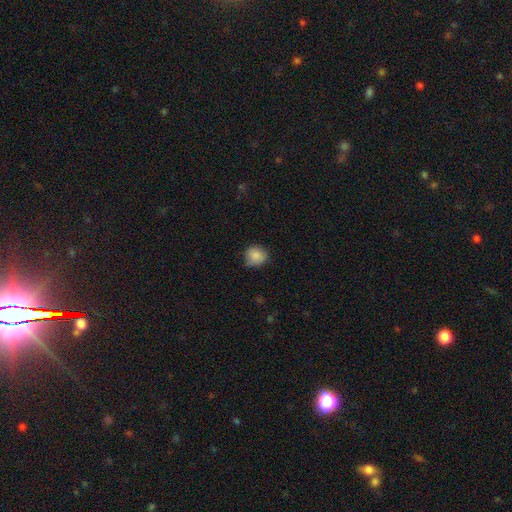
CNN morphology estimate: Q: Smooth or featured?
A: smooth (86%); runner-up: star or artifact (8%)
Q: How rounded?
A: round (84%); runner-up: in between (15%)
Q: Merging?
A: none (74%); runner-up: minor disturbance (21%)